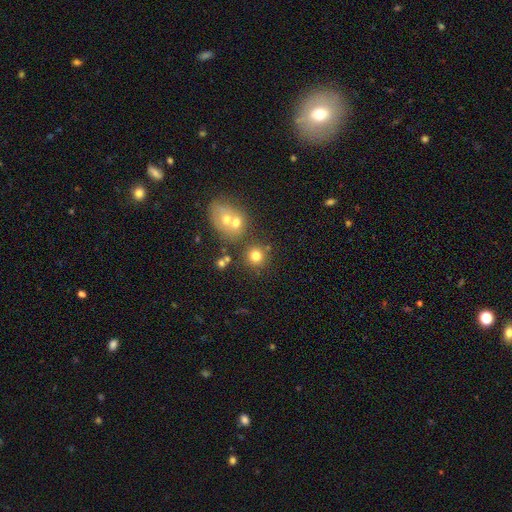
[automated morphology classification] Smooth or featured? Predicted: smooth (p=0.76). How rounded? Predicted: round (p=0.87). Merging? Predicted: none (p=0.70).